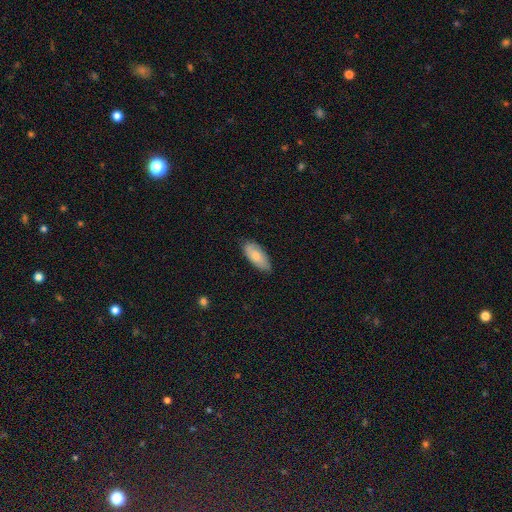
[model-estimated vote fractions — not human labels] Morphology: type=smooth (73%); roundness=in between (88%); merging=none (76%).